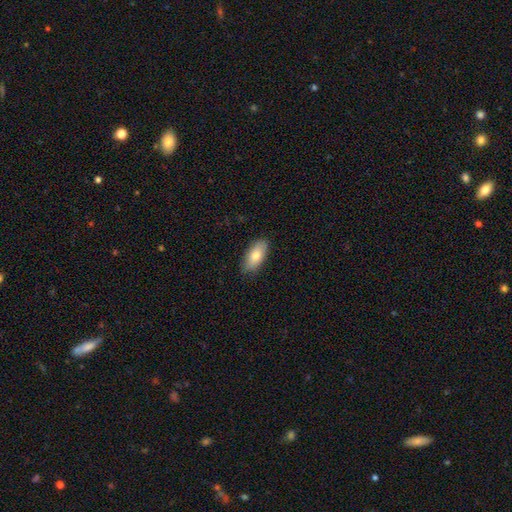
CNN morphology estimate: smooth-or-featured: smooth: 77% | featured or disk: 16% | star or artifact: 6%
  how-rounded: in between: 90% | cigar-shaped: 7% | round: 3%
  merging: none: 84% | minor disturbance: 13% | major disturbance: 2% | merger: 1%